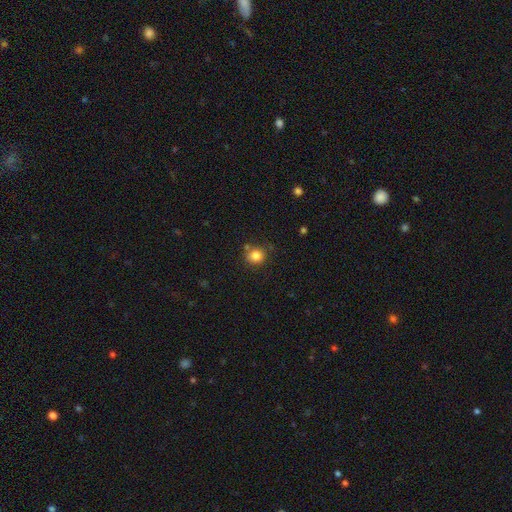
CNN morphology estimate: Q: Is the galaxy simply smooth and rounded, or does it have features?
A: smooth — 82%.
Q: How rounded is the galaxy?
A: round — 87%.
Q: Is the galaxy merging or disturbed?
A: none — 75%.